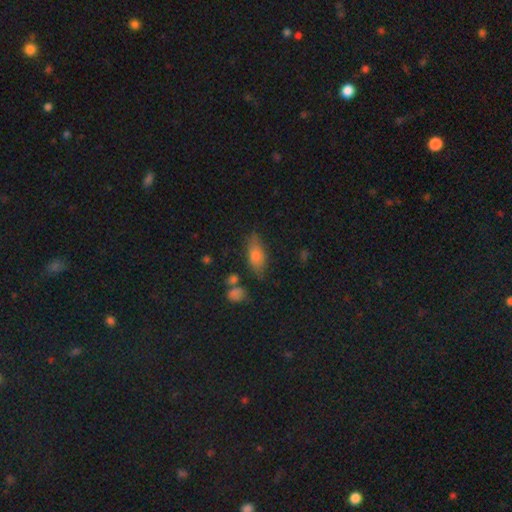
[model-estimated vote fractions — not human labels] This is likely a smooth galaxy (71%). How rounded: likely in between (76%). Merging: likely none (72%).